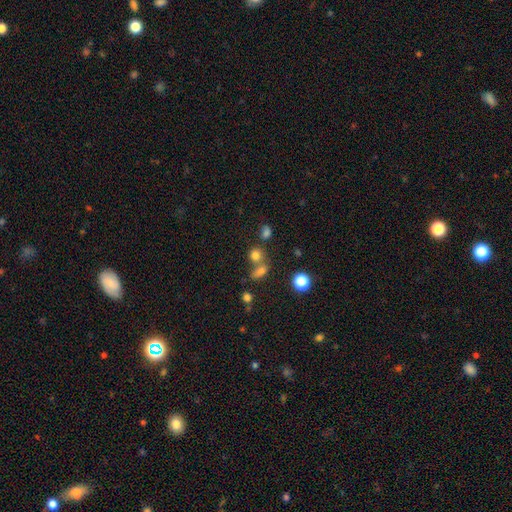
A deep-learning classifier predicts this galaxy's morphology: Overall: smooth (75%). How rounded: round (73%). Merging: none (50%; merger 37%).